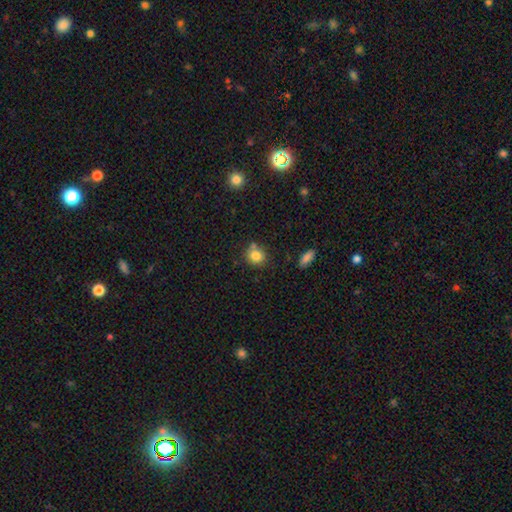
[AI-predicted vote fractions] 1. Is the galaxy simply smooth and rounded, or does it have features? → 81% smooth, 11% star or artifact, 8% featured or disk.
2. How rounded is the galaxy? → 77% round, 22% in between, 1% cigar-shaped.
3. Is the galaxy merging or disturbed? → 64% none, 19% merger, 13% minor disturbance, 4% major disturbance.